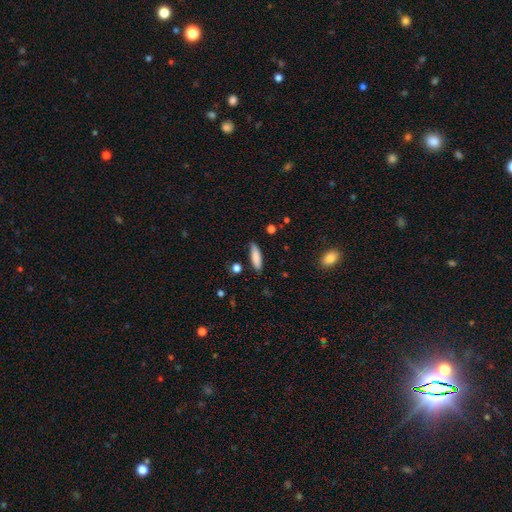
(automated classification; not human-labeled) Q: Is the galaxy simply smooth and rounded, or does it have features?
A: smooth — 85%.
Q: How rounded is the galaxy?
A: cigar-shaped — 55%.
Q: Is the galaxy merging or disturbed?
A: none — 85%.